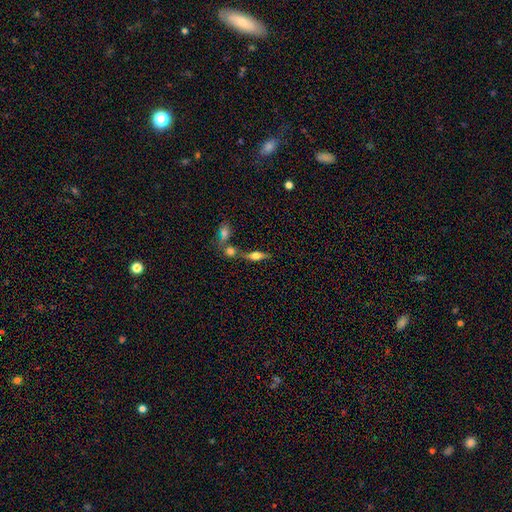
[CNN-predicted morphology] smooth 46%, featured or disk 44%, star or artifact 10%. Down the decision tree: merging — none (54%).